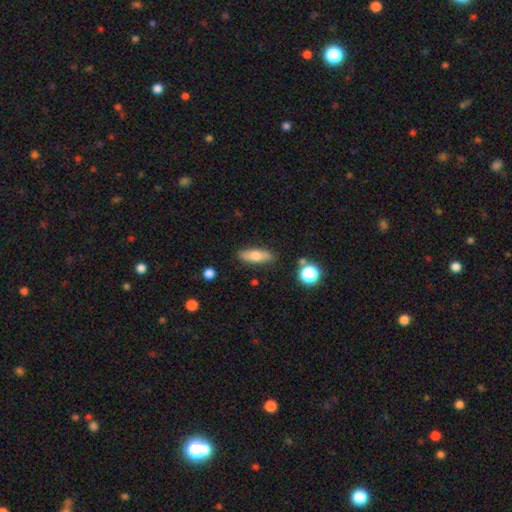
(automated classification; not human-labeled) smooth-or-featured: smooth: 68% | featured or disk: 24% | star or artifact: 8%
  how-rounded: in between: 60% | cigar-shaped: 37% | round: 4%
  merging: none: 85% | minor disturbance: 11% | major disturbance: 2% | merger: 2%